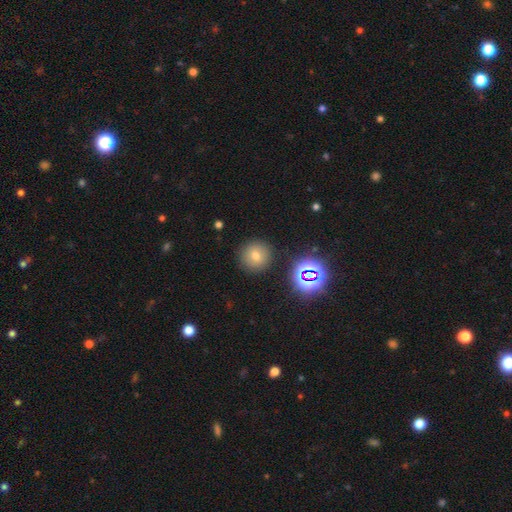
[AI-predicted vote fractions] smooth_or_featured: smooth (p=0.69) [alt: star or artifact p=0.19]
how_rounded: round (p=0.94) [alt: in between p=0.05]
merging: none (p=0.88) [alt: minor disturbance p=0.07]